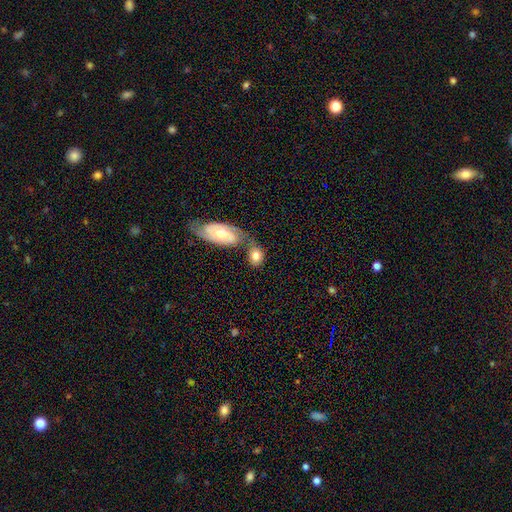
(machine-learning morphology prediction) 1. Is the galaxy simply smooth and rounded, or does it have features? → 69% smooth, 24% featured or disk, 7% star or artifact.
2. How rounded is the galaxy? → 65% in between, 33% round, 2% cigar-shaped.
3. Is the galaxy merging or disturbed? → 44% none, 38% merger, 13% minor disturbance, 6% major disturbance.